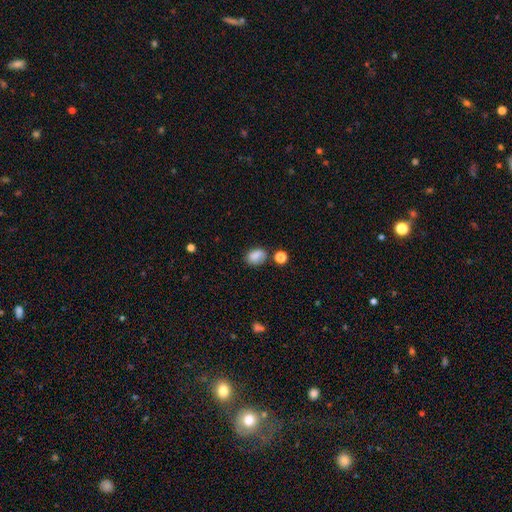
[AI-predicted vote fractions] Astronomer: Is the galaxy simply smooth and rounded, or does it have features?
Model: smooth — 82%.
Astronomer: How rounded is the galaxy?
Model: in between — 69%.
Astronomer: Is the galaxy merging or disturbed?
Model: none — 67%.